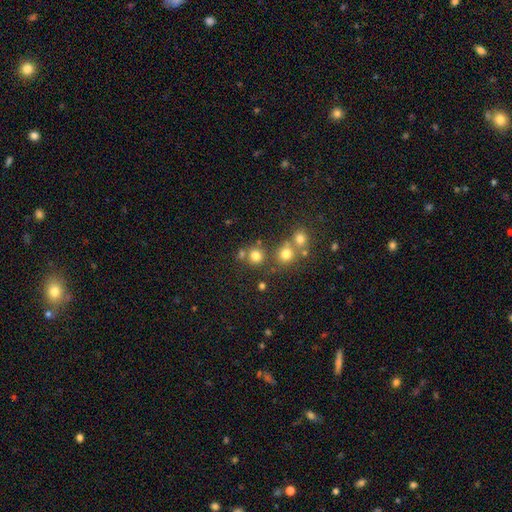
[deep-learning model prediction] Smooth or featured? smooth (75%)
How rounded? round (91%)
Merging? none (70%)